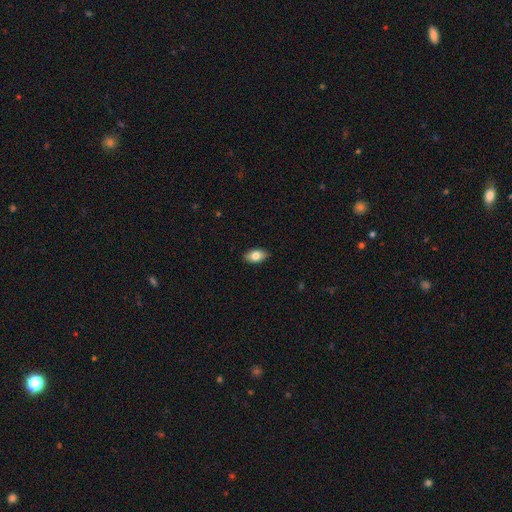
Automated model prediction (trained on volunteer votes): Morphology: type=smooth (80%); roundness=in between (92%); merging=none (89%).